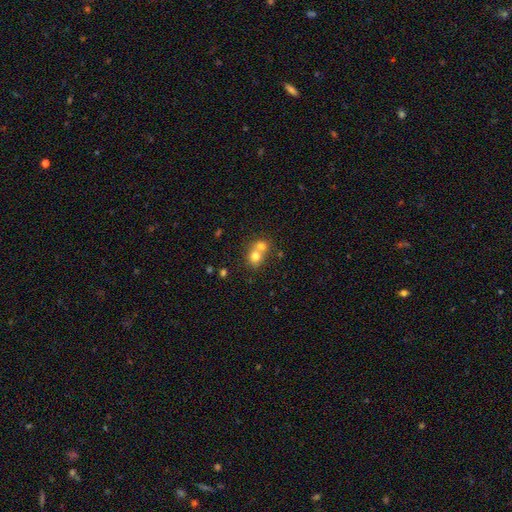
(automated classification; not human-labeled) A smooth galaxy with no disk features (72%) that is round (68%).

Vote fractions:
- Smooth or featured? smooth: 72% / featured or disk: 16% / star or artifact: 11%
- How rounded? round: 68% / in between: 31% / cigar-shaped: 1%
- Merging? merger: 65% / none: 27% / minor disturbance: 5% / major disturbance: 2%